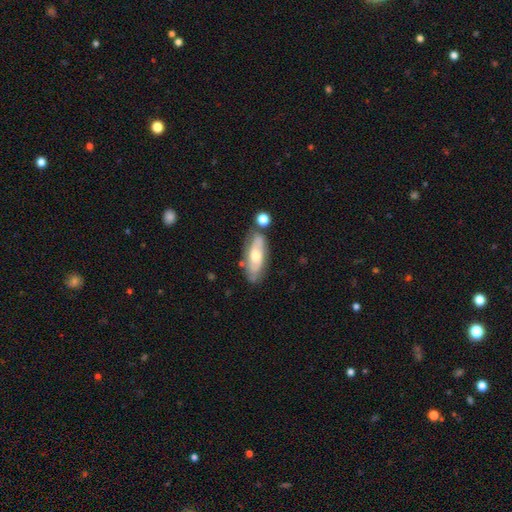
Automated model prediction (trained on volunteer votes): Smooth or featured: featured or disk — 58% (smooth — 36%)
Edge-on disk: no — 79% (yes — 21%)
Merging: none — 67% (minor disturbance — 18%)